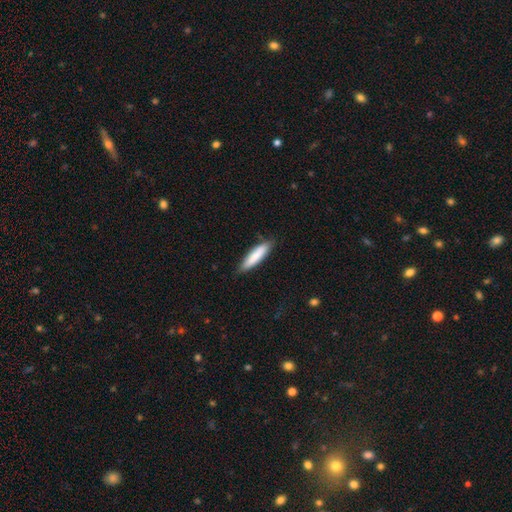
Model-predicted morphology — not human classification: The model was most divided on "how rounded": cigar-shaped: 77%, in between: 21%, round: 1%. More confident: merging — none (83%); smooth or featured — smooth (81%).